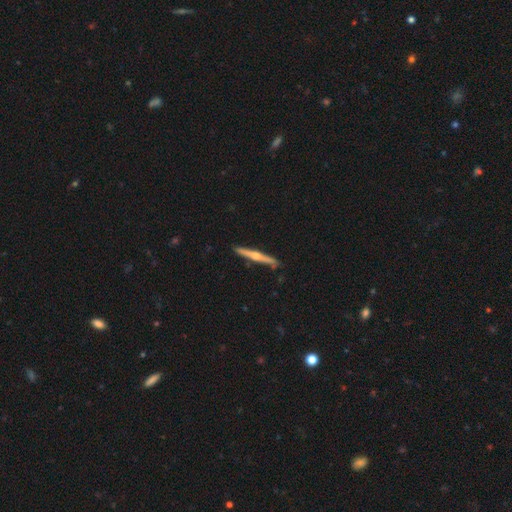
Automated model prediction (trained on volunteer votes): smooth-or-featured: featured or disk: 69% | smooth: 26% | star or artifact: 5%
  disk-edge-on: yes: 98% | no: 2%
    edge-on-bulge: rounded: 88% | none: 8% | boxy: 4%
  merging: none: 88% | minor disturbance: 9% | merger: 2% | major disturbance: 1%